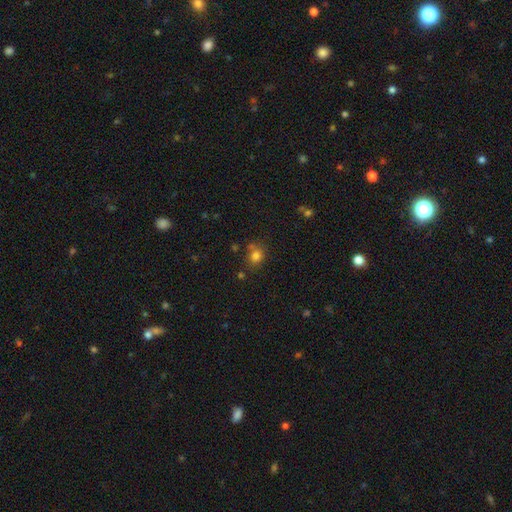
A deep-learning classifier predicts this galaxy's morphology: Smooth or featured: smooth — 78% (star or artifact — 15%)
How rounded: round — 68% (in between — 31%)
Merging: none — 67% (minor disturbance — 17%)